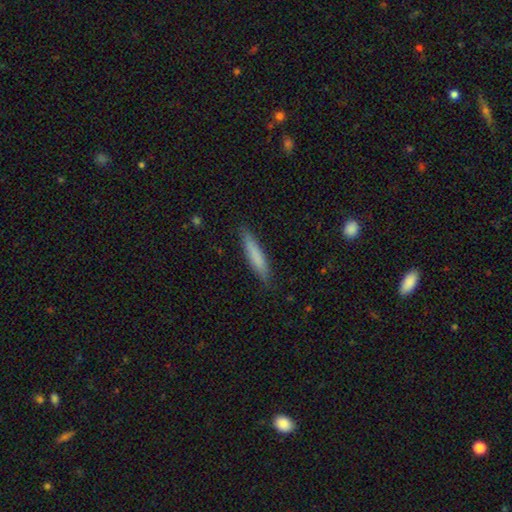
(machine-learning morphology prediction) Q: Smooth or featured?
A: smooth (78%); runner-up: featured or disk (16%)
Q: How rounded?
A: cigar-shaped (90%); runner-up: in between (9%)
Q: Merging?
A: none (86%); runner-up: minor disturbance (11%)